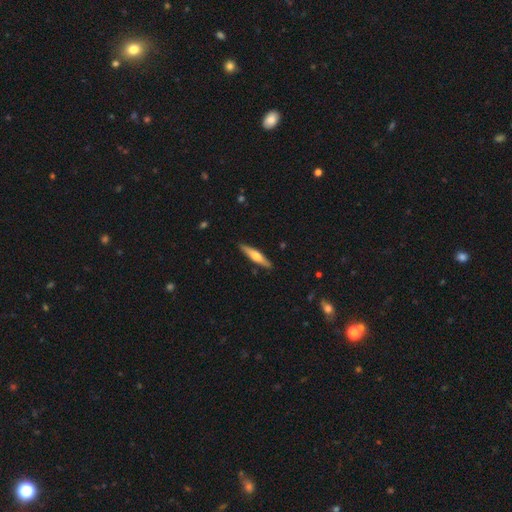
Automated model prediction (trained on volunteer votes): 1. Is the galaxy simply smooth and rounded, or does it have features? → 53% featured or disk, 42% smooth, 5% star or artifact.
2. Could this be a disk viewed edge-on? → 95% yes, 5% no.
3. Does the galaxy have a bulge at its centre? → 88% rounded, 6% boxy, 6% none.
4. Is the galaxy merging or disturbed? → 89% none, 8% minor disturbance, 2% major disturbance, 1% merger.